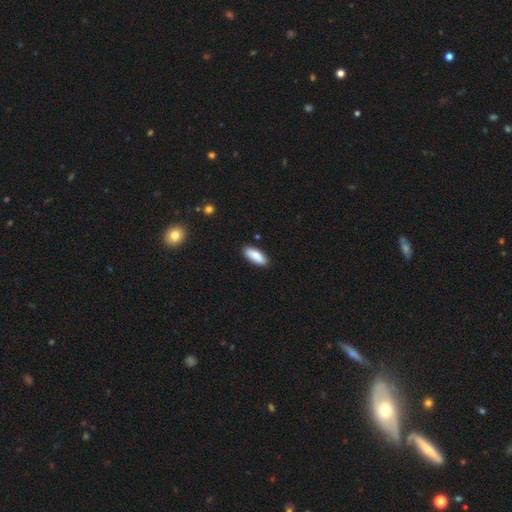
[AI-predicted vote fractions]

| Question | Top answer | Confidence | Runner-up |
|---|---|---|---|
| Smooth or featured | smooth | 86% | featured or disk (7%) |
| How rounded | in between | 77% | cigar-shaped (22%) |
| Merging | none | 87% | minor disturbance (10%) |